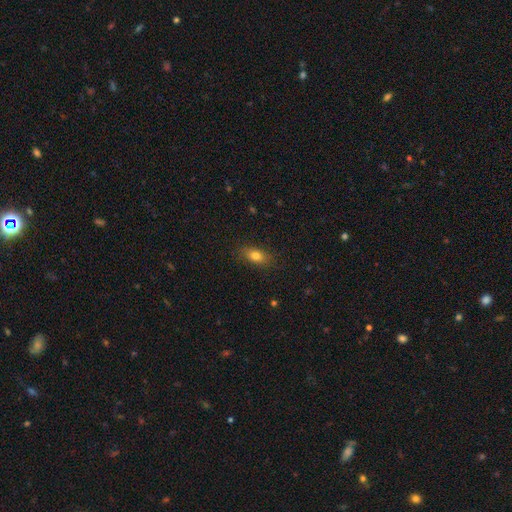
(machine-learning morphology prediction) A smooth galaxy with no disk features (80%) that is in between round and cigar-shaped (82%).

Vote fractions:
- Smooth or featured? smooth: 80% / featured or disk: 10% / star or artifact: 10%
- How rounded? in between: 82% / round: 12% / cigar-shaped: 6%
- Merging? none: 83% / minor disturbance: 12% / major disturbance: 3% / merger: 1%